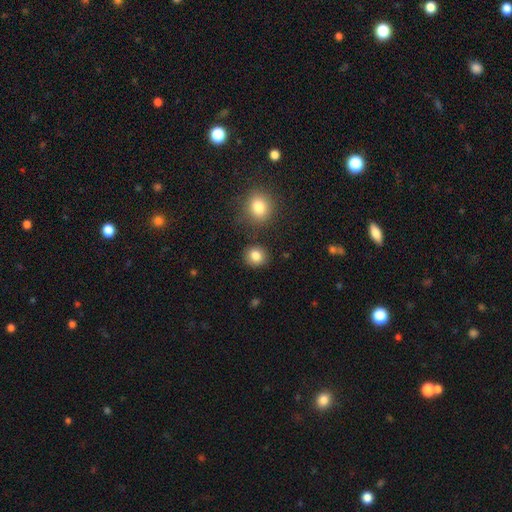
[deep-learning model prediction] A smooth galaxy with no disk features (84%) that is round (86%). Merging: none (87%).